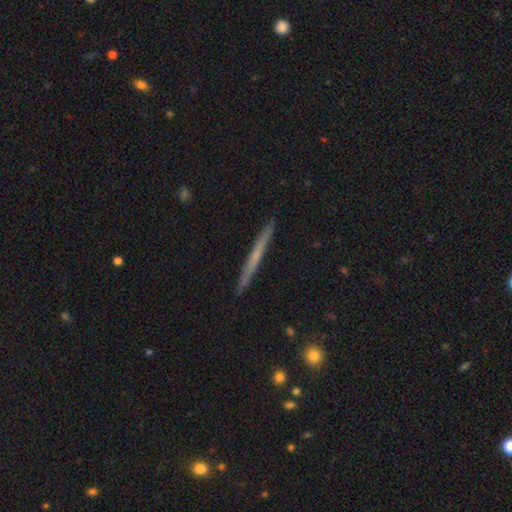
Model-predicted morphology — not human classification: The model was most divided on "smooth or featured": featured or disk: 53%, smooth: 41%, star or artifact: 6%. More confident: edge-on disk — yes (98%); merging — none (92%); edge-on bulge — none (83%).